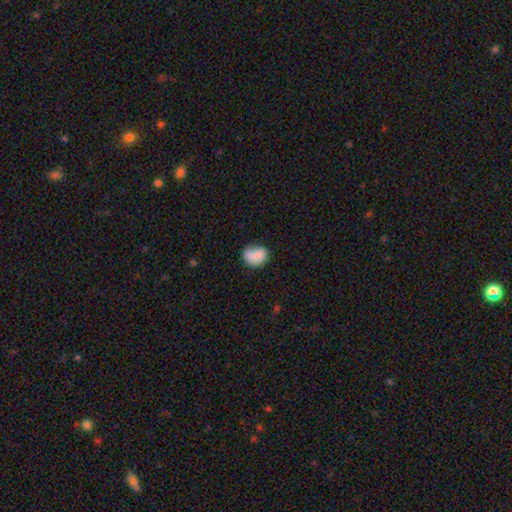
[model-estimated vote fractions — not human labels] Smooth or featured: smooth — 75% (featured or disk — 17%)
How rounded: round — 55% (in between — 44%)
Merging: none — 51% (minor disturbance — 30%)